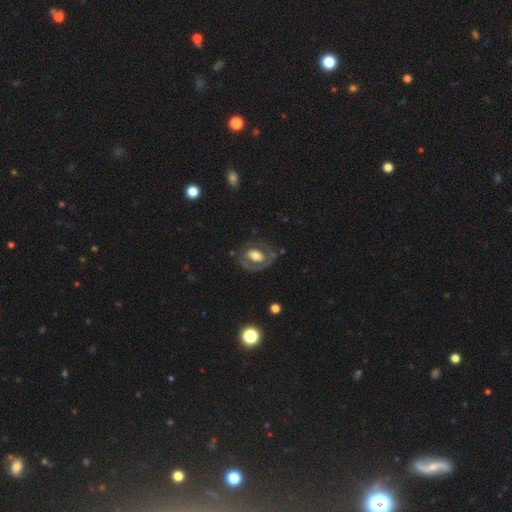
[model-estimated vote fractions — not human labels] Overall: featured or disk (61%; smooth 33%). Edge-on disk: no (95%). Bar: no (57%; weak 29%). Spiral arms: no (54%; yes 46%). Bulge size: moderate (51%; large 33%). Merging: none (62%).